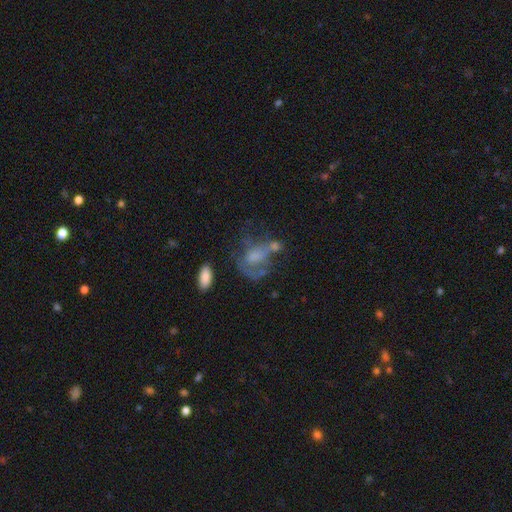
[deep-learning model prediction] Smooth or featured: featured or disk — 50% (smooth — 35%)
Edge-on disk: no — 96% (yes — 4%)
Merging: major disturbance — 37% (none — 28%)